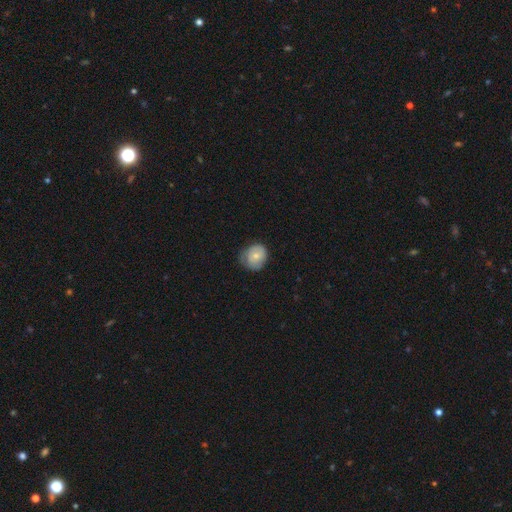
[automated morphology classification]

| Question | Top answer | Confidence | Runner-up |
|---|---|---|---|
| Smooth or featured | smooth | 64% | featured or disk (29%) |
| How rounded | round | 76% | in between (24%) |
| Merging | none | 57% | minor disturbance (33%) |